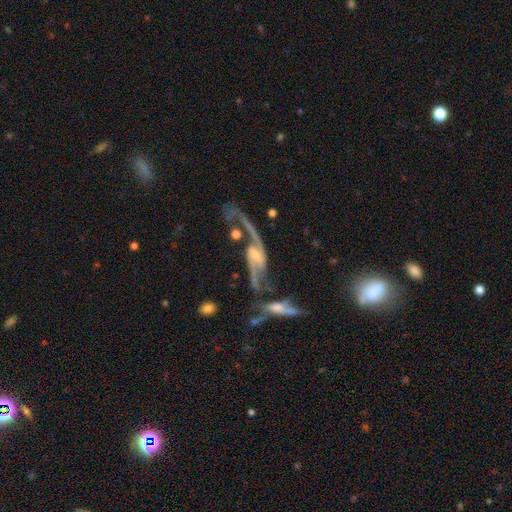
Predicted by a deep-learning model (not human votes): Smooth or featured? Predicted: featured or disk (p=0.88). Edge-on disk? Predicted: no (p=0.92). Bar? Predicted: weak (p=0.42). Spiral arms? Predicted: yes (p=0.93). Spiral winding? Predicted: loose (p=0.76). Spiral arm count? Predicted: 2 (p=0.87). Bulge size? Predicted: small (p=0.53). Merging? Predicted: none (p=0.32, tied with merger).